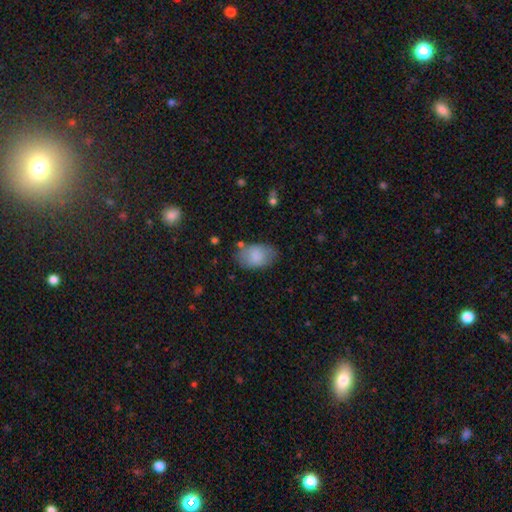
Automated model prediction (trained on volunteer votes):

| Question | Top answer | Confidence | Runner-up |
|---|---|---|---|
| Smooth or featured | smooth | 84% | featured or disk (9%) |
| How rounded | in between | 90% | round (9%) |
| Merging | none | 71% | minor disturbance (20%) |